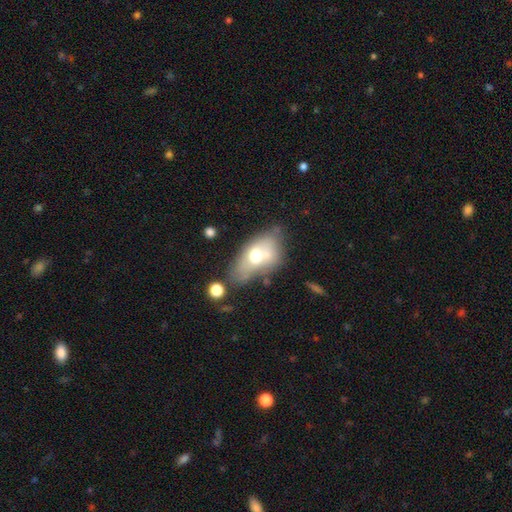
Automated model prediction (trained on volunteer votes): A smooth galaxy with no disk features (59%) that is in between round and cigar-shaped (86%).

Vote fractions:
- Smooth or featured? smooth: 59% / featured or disk: 32% / star or artifact: 9%
- How rounded? in between: 86% / round: 10% / cigar-shaped: 5%
- Merging? none: 39% / merger: 25% / minor disturbance: 23% / major disturbance: 13%